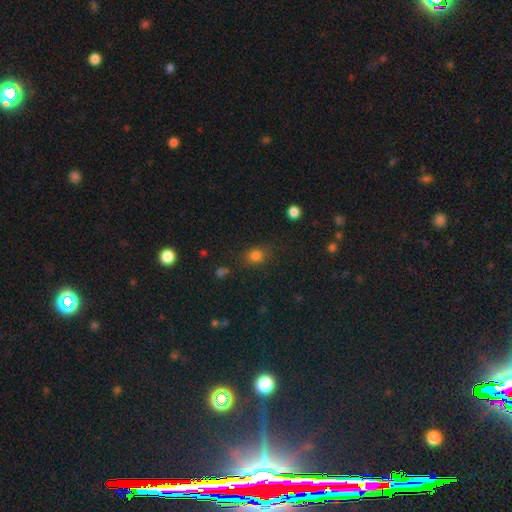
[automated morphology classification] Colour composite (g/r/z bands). It shows a smooth galaxy with no disk features (79%) that is round (63%). Merging: none (81%).